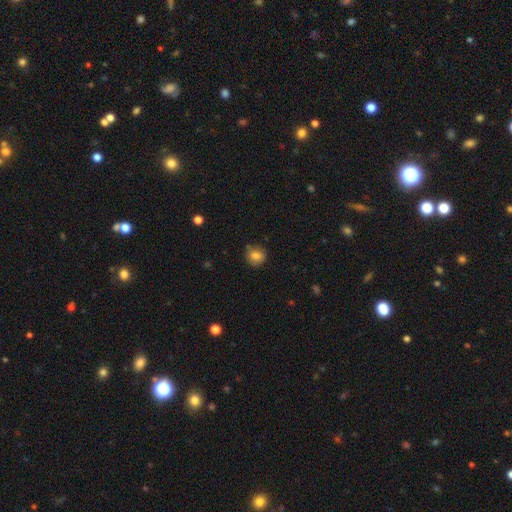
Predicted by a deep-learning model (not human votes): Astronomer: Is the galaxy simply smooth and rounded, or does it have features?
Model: smooth — 80%.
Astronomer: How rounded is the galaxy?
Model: round — 81%.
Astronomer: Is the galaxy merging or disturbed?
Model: none — 82%.